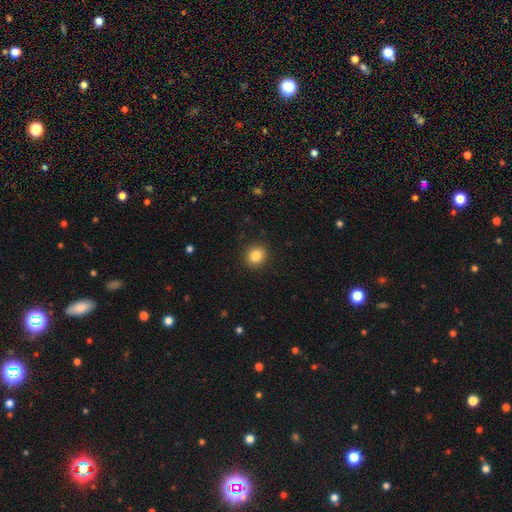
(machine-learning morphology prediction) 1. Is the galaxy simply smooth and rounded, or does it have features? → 85% smooth, 10% star or artifact, 5% featured or disk.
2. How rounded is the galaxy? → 80% round, 19% in between, 1% cigar-shaped.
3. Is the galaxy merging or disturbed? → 90% none, 7% minor disturbance, 2% major disturbance, 1% merger.